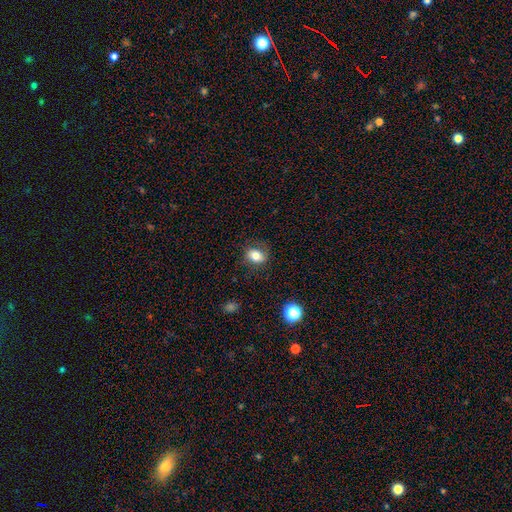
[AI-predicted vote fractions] Q: Smooth or featured?
A: smooth (77%); runner-up: featured or disk (12%)
Q: How rounded?
A: in between (63%); runner-up: round (35%)
Q: Merging?
A: none (77%); runner-up: minor disturbance (16%)